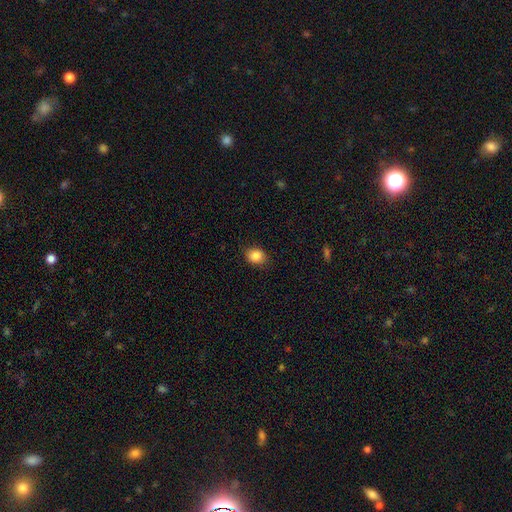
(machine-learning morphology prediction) A smooth galaxy with no disk features (86%) that is round (55%).

Vote fractions:
- Smooth or featured? smooth: 86% / star or artifact: 9% / featured or disk: 5%
- How rounded? round: 55% / in between: 44% / cigar-shaped: 1%
- Merging? none: 86% / minor disturbance: 11% / major disturbance: 3% / merger: 1%